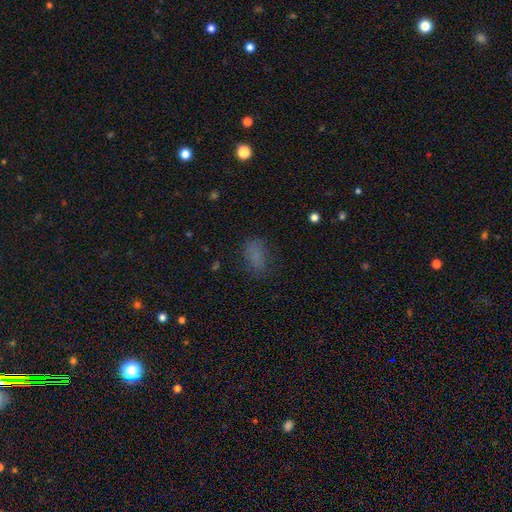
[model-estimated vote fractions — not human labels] The model was most divided on "merging": none: 71%, minor disturbance: 18%, major disturbance: 9%, merger: 2%. More confident: how rounded — in between (86%); smooth or featured — smooth (76%).